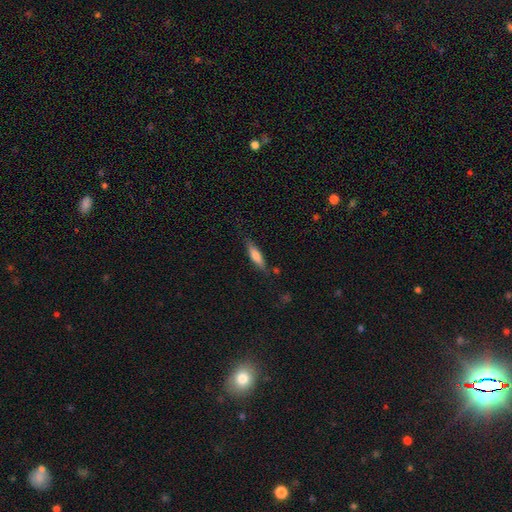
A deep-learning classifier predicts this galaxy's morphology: smooth-or-featured: smooth: 69% | featured or disk: 25% | star or artifact: 6%
  how-rounded: cigar-shaped: 73% | in between: 26% | round: 2%
  merging: none: 78% | minor disturbance: 16% | major disturbance: 4% | merger: 3%